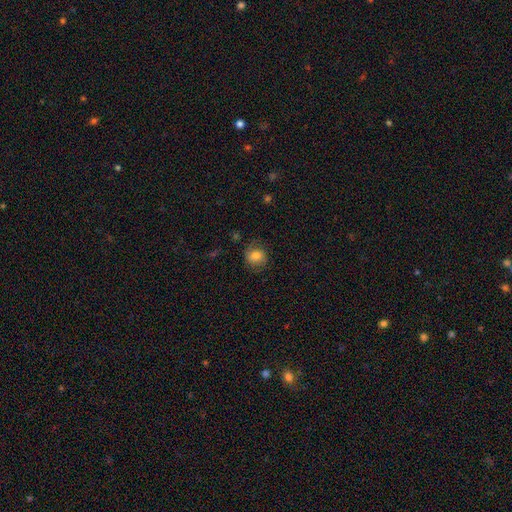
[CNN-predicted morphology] Q: Smooth or featured?
A: smooth (60%); runner-up: featured or disk (30%)
Q: How rounded?
A: round (73%); runner-up: in between (26%)
Q: Merging?
A: none (69%); runner-up: minor disturbance (19%)